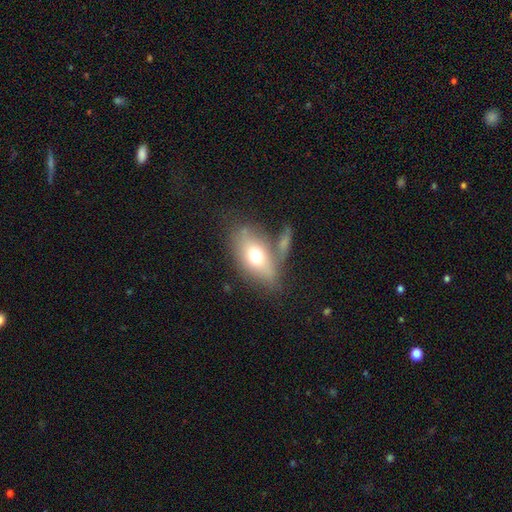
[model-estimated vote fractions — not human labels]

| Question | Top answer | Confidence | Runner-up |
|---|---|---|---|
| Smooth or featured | smooth | 62% | featured or disk (28%) |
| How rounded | in between | 84% | round (11%) |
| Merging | none | 55% | minor disturbance (19%) |